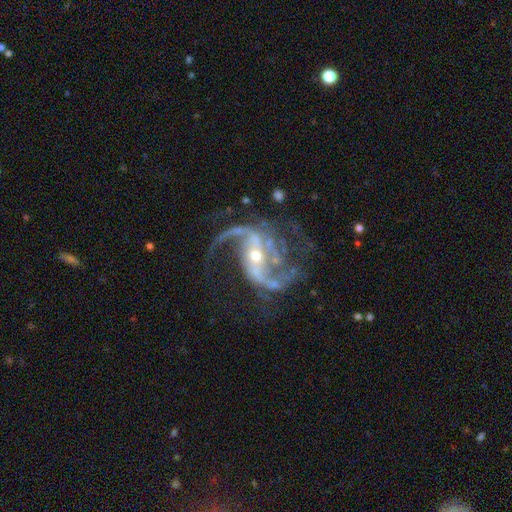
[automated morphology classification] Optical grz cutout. It shows a featured or disk galaxy (92%) with a strong bar (48%), 2 (75%) loose (50%) spiral arms (98%) and a small central bulge (61%). Merging: none (61%).